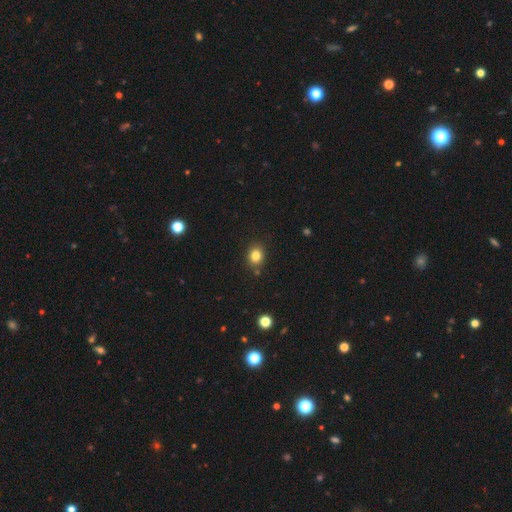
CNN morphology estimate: smooth 82%, star or artifact 12%, featured or disk 6%. Down the decision tree: how rounded — round (64%); merging — none (83%).